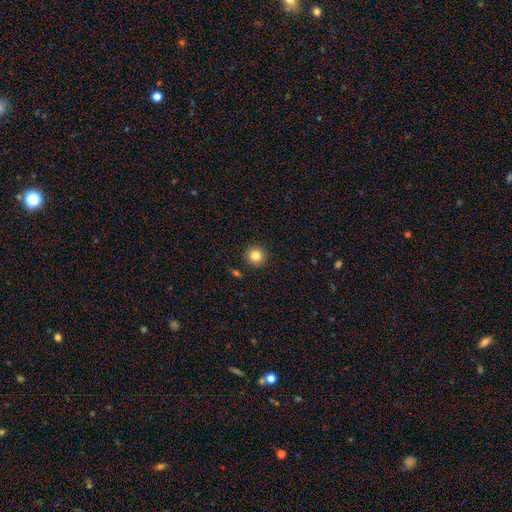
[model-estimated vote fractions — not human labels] smooth-or-featured: smooth: 84% | star or artifact: 11% | featured or disk: 5%
  how-rounded: round: 94% | in between: 6% | cigar-shaped: 1%
  merging: none: 91% | minor disturbance: 5% | merger: 2% | major disturbance: 2%